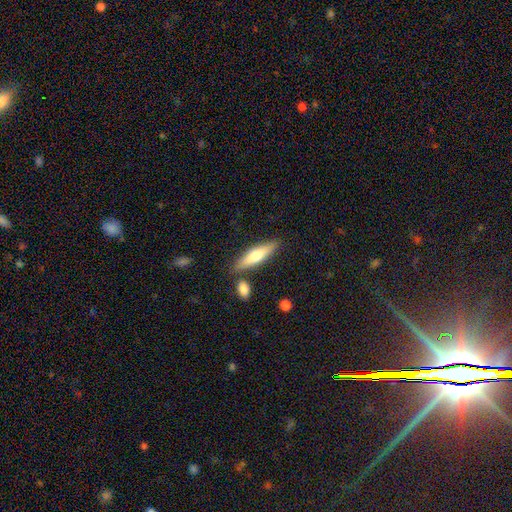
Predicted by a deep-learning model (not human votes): Smooth or featured? smooth (62%)
How rounded? cigar-shaped (69%)
Merging? none (78%)